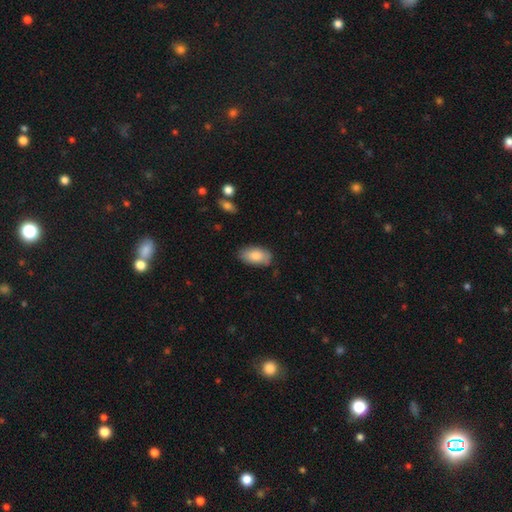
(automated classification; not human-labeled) Smooth or featured: smooth — 83% (featured or disk — 11%)
How rounded: in between — 94% (round — 3%)
Merging: none — 79% (minor disturbance — 17%)